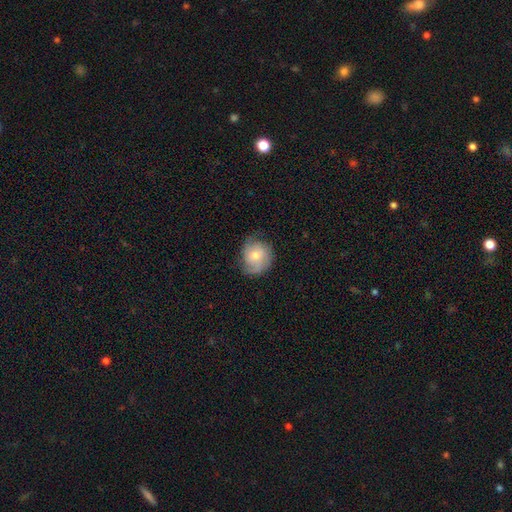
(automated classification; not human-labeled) This is possibly a featured or disk galaxy (47%). Merging: likely none (64%).